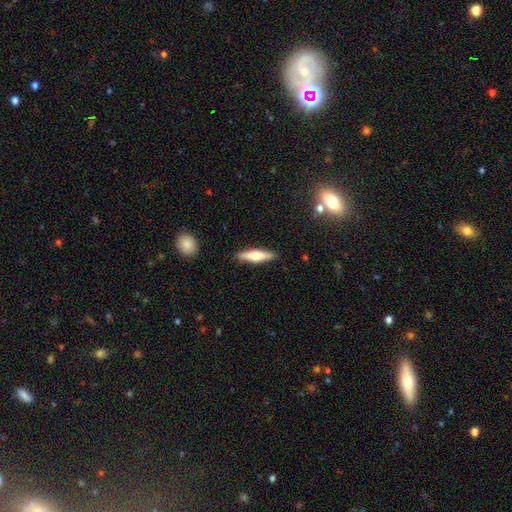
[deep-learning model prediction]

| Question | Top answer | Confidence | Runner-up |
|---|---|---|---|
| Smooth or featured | smooth | 55% | featured or disk (39%) |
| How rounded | cigar-shaped | 77% | in between (21%) |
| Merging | none | 89% | minor disturbance (8%) |